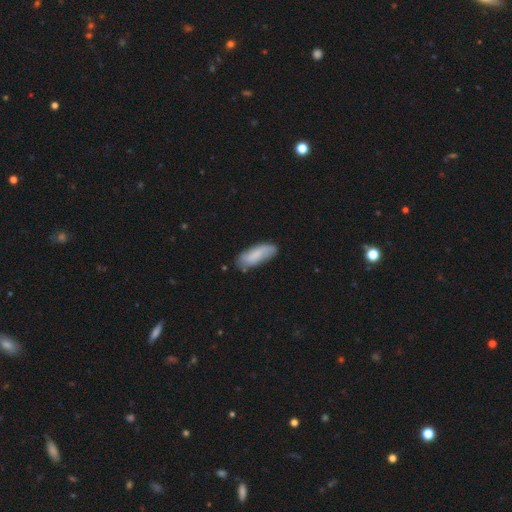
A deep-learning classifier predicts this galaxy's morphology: smooth 70%, featured or disk 23%, star or artifact 7%. Down the decision tree: how rounded — in between (70%); merging — none (67%).